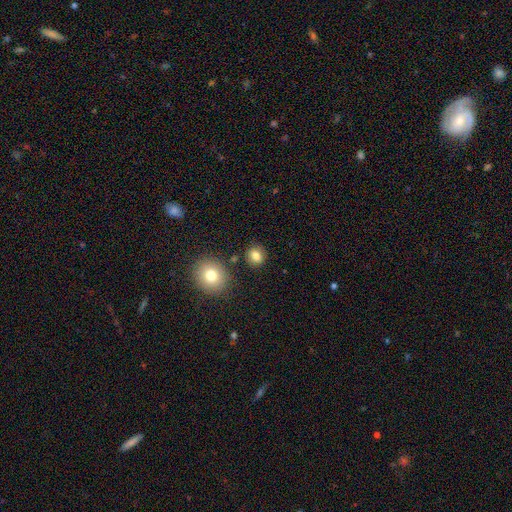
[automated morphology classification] smooth_or_featured: smooth (p=0.82) [alt: star or artifact p=0.11]
how_rounded: round (p=0.81) [alt: in between p=0.18]
merging: none (p=0.85) [alt: minor disturbance p=0.08]